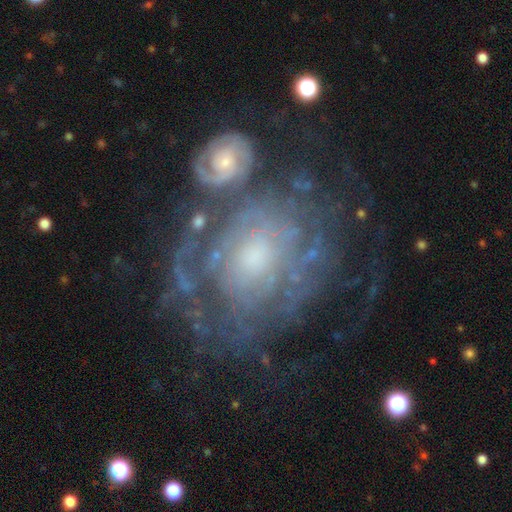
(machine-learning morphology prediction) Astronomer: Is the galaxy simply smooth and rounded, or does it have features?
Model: featured or disk — 79%.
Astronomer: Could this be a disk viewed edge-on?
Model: no — 96%.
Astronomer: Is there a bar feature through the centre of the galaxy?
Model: no — 78%.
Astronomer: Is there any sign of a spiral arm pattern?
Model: yes — 73%.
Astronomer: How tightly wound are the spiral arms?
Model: tight — 65%.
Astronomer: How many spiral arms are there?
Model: can't tell — 60%.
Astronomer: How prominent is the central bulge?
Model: small — 42% (runner-up: moderate, 41%).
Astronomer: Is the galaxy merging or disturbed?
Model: none — 50%.